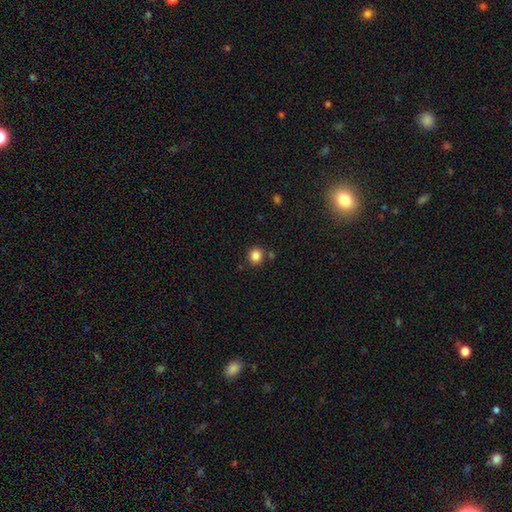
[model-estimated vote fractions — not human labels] smooth-or-featured: smooth: 85% | star or artifact: 11% | featured or disk: 4%
  how-rounded: round: 88% | in between: 11% | cigar-shaped: 1%
  merging: none: 82% | minor disturbance: 9% | merger: 6% | major disturbance: 3%